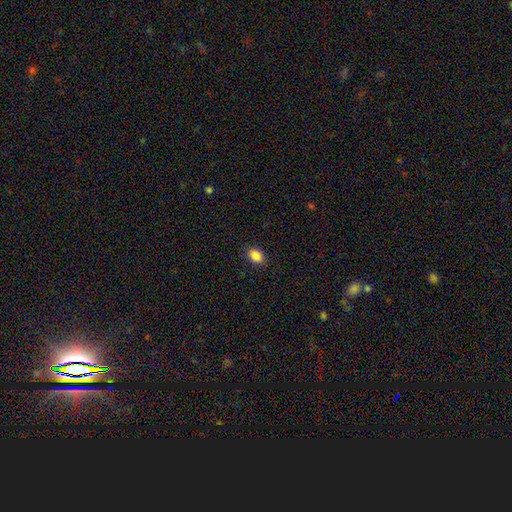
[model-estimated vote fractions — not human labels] Q: Smooth or featured?
A: smooth (87%); runner-up: star or artifact (9%)
Q: How rounded?
A: in between (74%); runner-up: round (25%)
Q: Merging?
A: none (87%); runner-up: minor disturbance (10%)